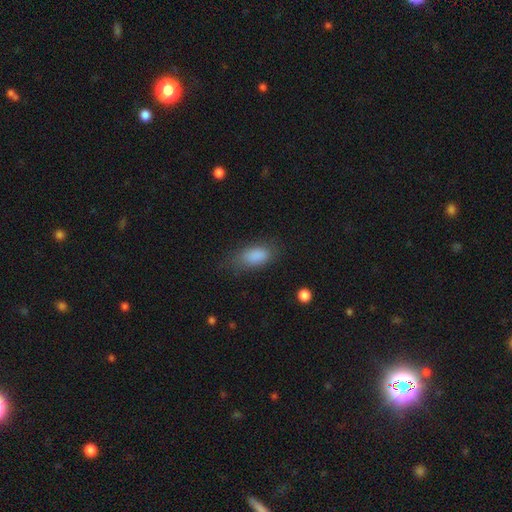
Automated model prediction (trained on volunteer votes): Smooth or featured: smooth — 86% (star or artifact — 8%)
How rounded: in between — 89% (cigar-shaped — 6%)
Merging: none — 70% (minor disturbance — 20%)